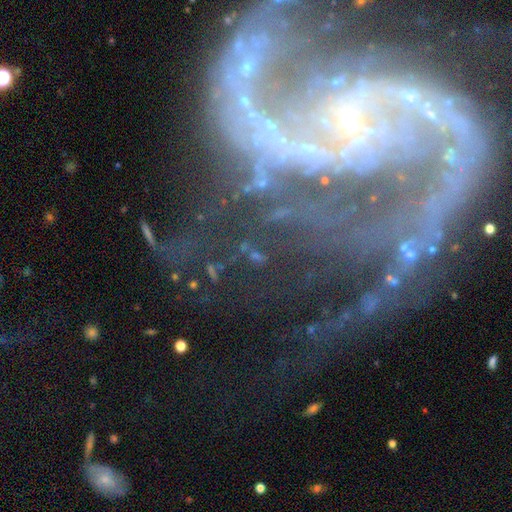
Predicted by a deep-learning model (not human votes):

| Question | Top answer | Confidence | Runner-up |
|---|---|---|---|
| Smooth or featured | featured or disk | 76% | star or artifact (16%) |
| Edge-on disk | no | 96% | yes (4%) |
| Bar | no | 40% | strong (30%) |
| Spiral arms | yes | 88% | no (12%) |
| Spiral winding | tight | 38% | medium (37%) |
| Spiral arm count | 2 | 34% | can't tell (21%) |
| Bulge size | small | 72% | moderate (15%) |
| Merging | none | 52% | major disturbance (26%) |